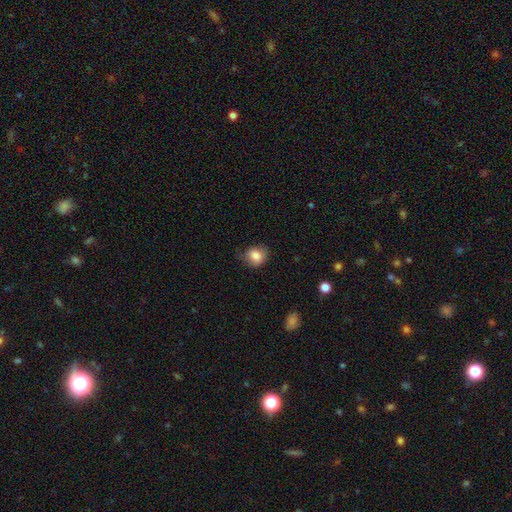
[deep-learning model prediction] Overall: smooth (84%). How rounded: round (71%). Merging: none (66%).